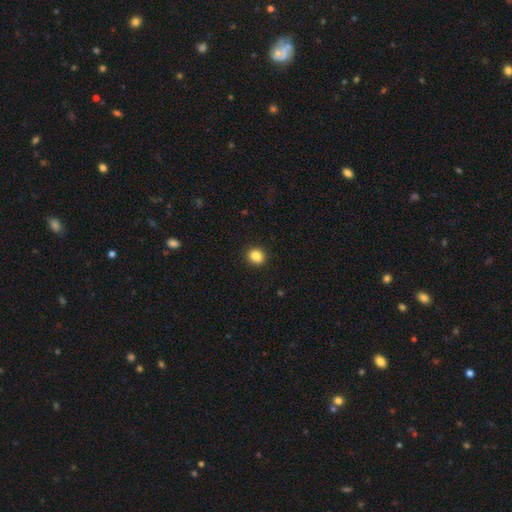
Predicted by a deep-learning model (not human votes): This appears to be a smooth galaxy with no disk features (85%) that is round (80%). Merging: none (91%).